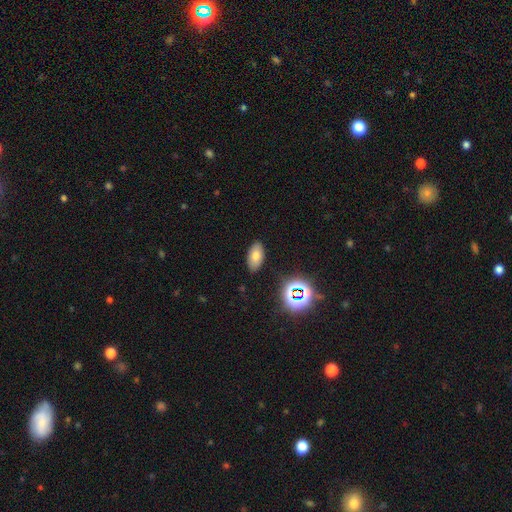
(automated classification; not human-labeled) smooth 70%, star or artifact 16%, featured or disk 14%. Down the decision tree: how rounded — in between (92%); merging — none (86%).